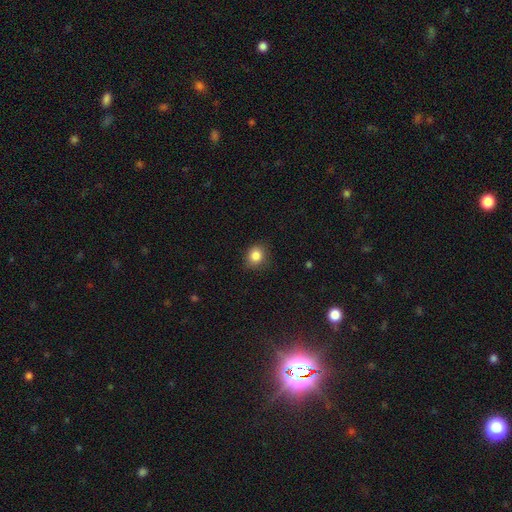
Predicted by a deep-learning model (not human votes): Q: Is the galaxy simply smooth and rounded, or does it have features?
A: smooth — 85%.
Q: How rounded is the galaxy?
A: round — 69%.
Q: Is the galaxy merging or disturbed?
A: none — 84%.